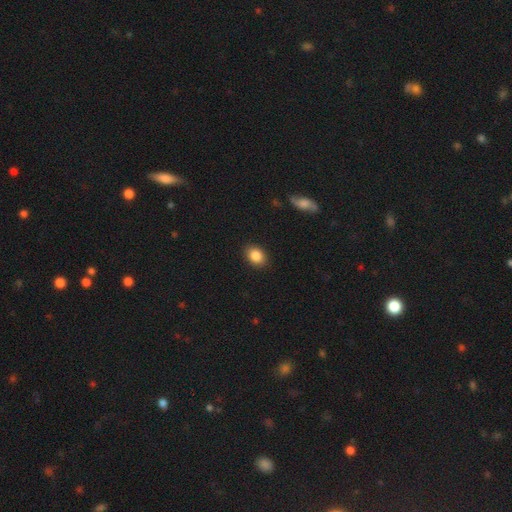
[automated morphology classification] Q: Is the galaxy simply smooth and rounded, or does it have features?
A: smooth — 86%.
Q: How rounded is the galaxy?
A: in between — 65%.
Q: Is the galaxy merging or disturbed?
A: none — 88%.